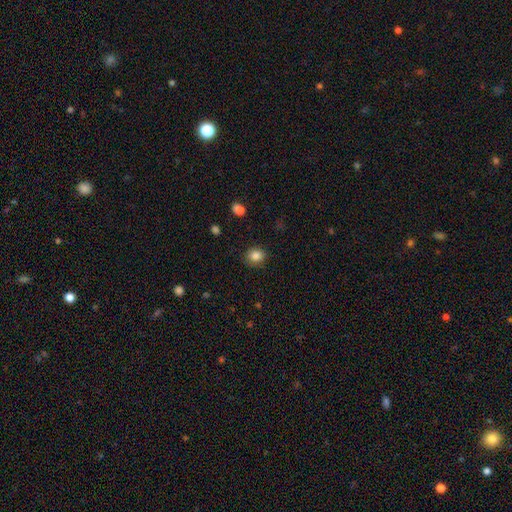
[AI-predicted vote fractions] Smooth or featured: smooth — 85% (star or artifact — 10%)
How rounded: round — 71% (in between — 28%)
Merging: none — 86% (minor disturbance — 10%)